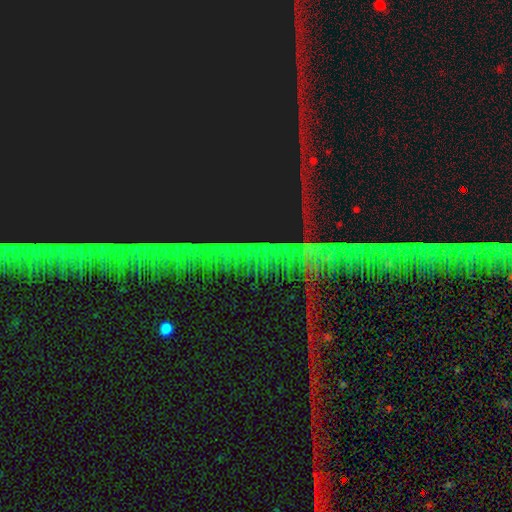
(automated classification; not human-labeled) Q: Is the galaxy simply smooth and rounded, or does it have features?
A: star or artifact — 83%.